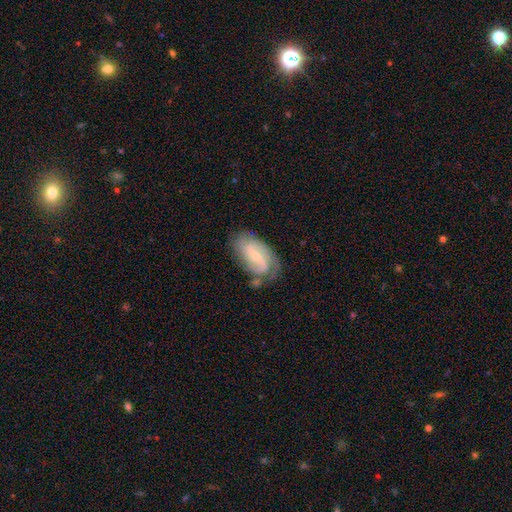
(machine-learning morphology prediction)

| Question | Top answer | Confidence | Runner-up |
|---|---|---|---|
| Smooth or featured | featured or disk | 79% | smooth (15%) |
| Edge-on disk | no | 96% | yes (4%) |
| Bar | weak | 47% | no (30%) |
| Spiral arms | yes | 93% | no (7%) |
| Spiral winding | medium | 43% | tight (34%) |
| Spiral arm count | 2 | 64% | can't tell (16%) |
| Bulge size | small | 72% | moderate (24%) |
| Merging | none | 65% | minor disturbance (22%) |